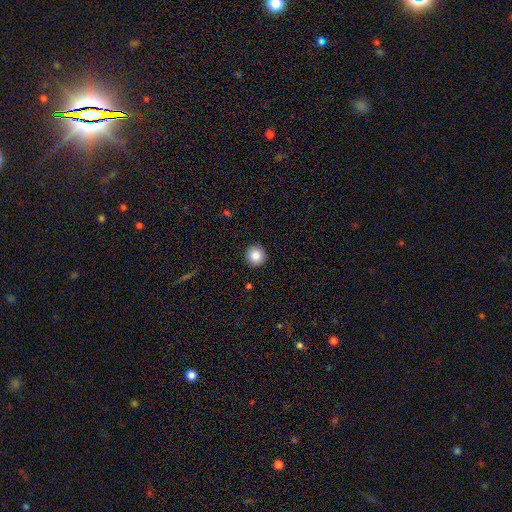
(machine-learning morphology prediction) Smooth or featured? smooth (86%)
How rounded? round (96%)
Merging? none (92%)